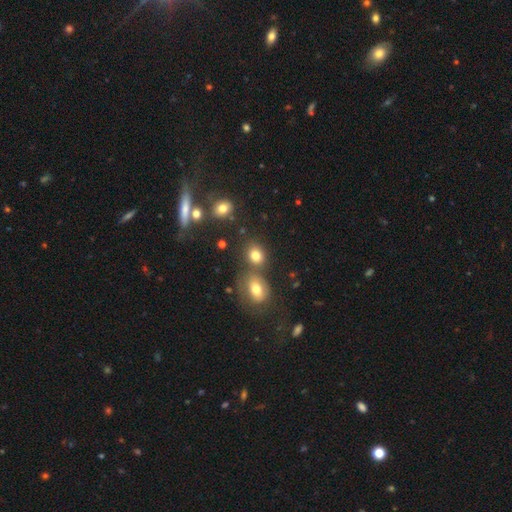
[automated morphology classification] A smooth galaxy with no disk features (78%) that is round (57%). Merging: none (60%).